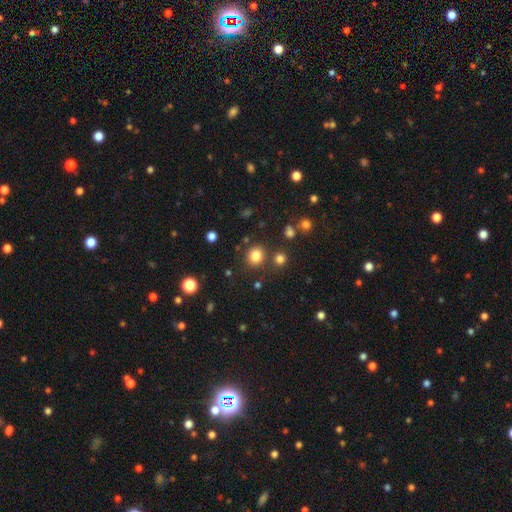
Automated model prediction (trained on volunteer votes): Overall: smooth (82%). How rounded: round (82%). Merging: none (82%).